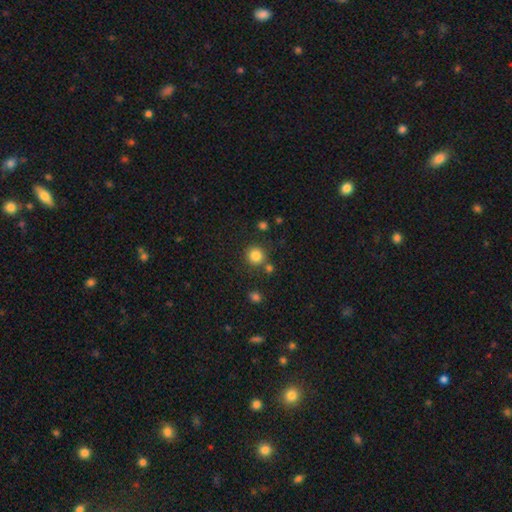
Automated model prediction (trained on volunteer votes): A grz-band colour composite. It shows a smooth galaxy with no disk features (83%) that is round (93%). Merging: none (79%).